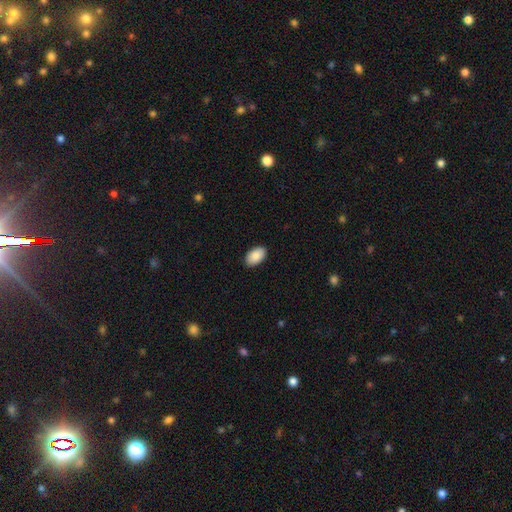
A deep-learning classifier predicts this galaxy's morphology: A smooth galaxy with no disk features (88%) that is in between round and cigar-shaped (94%). Merging: none (90%).